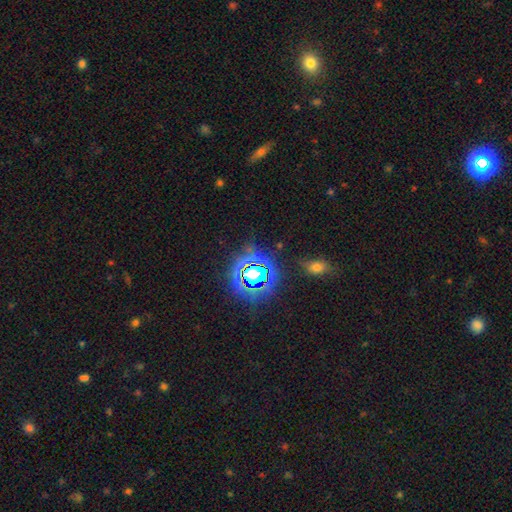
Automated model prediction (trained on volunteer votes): A star or artifact, not a galaxy (77%).

Vote fractions:
- Smooth or featured? star or artifact: 77% / smooth: 15% / featured or disk: 8%